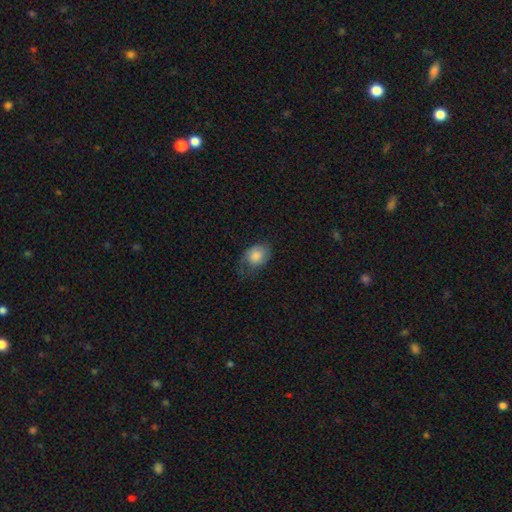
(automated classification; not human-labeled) Morphology: type=smooth (78%); roundness=in between (62%); merging=none (51%).